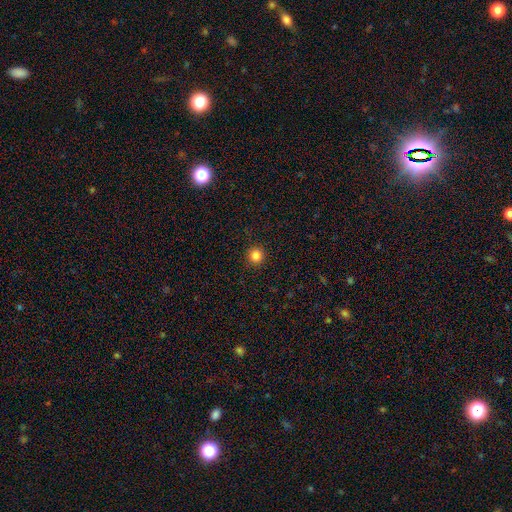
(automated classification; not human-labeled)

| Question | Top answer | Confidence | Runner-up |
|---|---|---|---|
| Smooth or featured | smooth | 84% | star or artifact (12%) |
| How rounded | round | 95% | in between (4%) |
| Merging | none | 93% | minor disturbance (4%) |